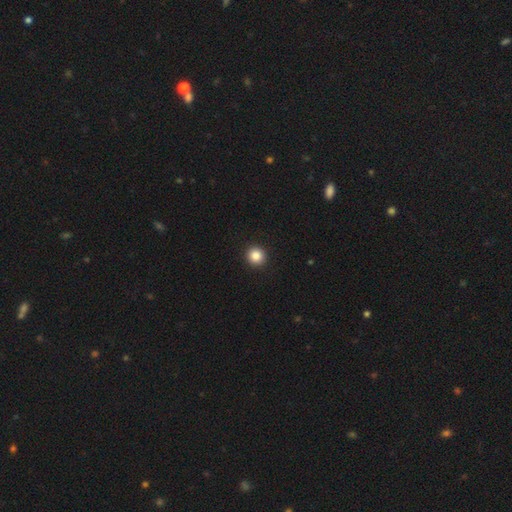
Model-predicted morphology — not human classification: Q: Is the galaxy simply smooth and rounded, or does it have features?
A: smooth — 86%.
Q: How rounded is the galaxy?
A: round — 94%.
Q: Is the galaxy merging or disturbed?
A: none — 94%.